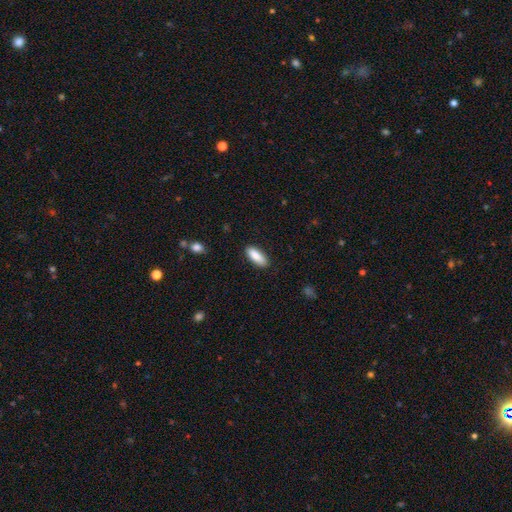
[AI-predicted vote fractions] Q: Smooth or featured?
A: smooth (87%); runner-up: featured or disk (7%)
Q: How rounded?
A: in between (72%); runner-up: cigar-shaped (26%)
Q: Merging?
A: none (86%); runner-up: minor disturbance (11%)